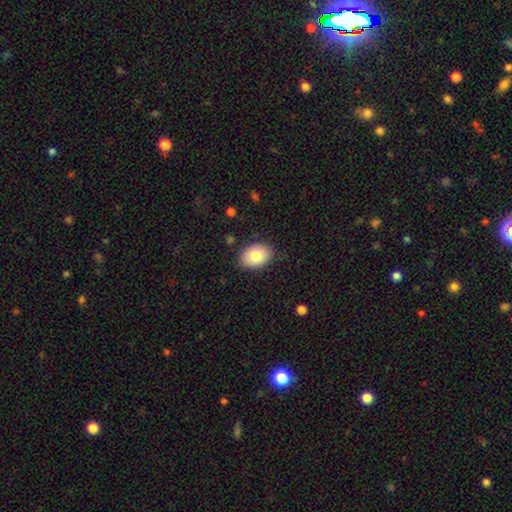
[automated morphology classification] Smooth or featured: smooth — 81% (featured or disk — 12%)
How rounded: in between — 79% (round — 20%)
Merging: none — 86% (minor disturbance — 10%)